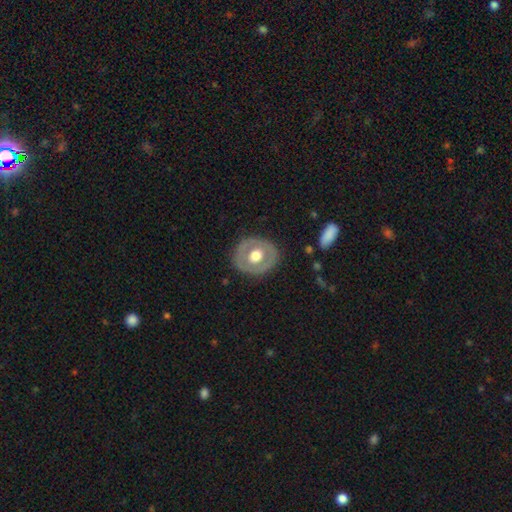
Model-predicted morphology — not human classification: smooth_or_featured: featured or disk (p=0.52) [alt: smooth p=0.43]
disk_edge_on: no (p=0.94) [alt: yes p=0.06]
merging: none (p=0.84) [alt: minor disturbance p=0.11]